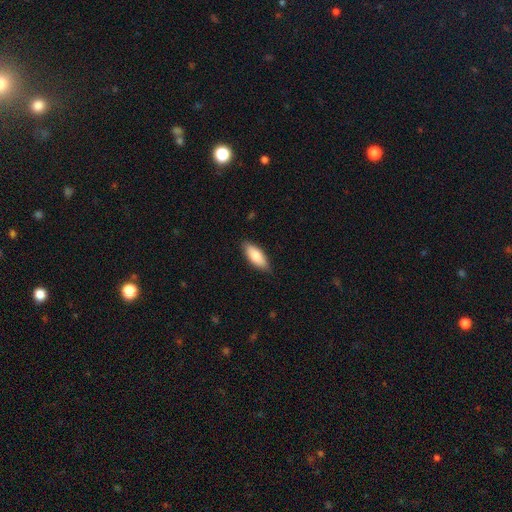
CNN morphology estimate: This is clearly a smooth galaxy (84%). How rounded: likely in between (78%). Merging: clearly none (83%).